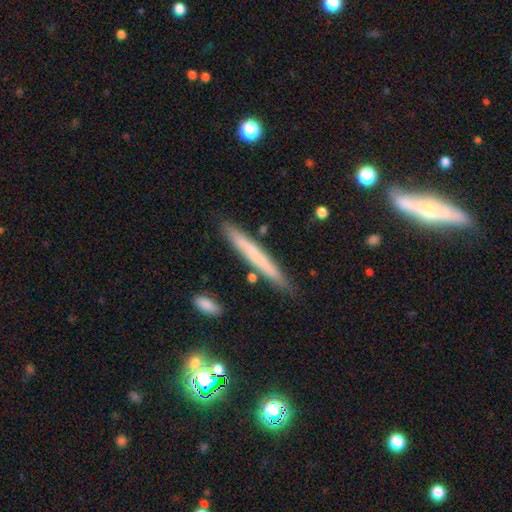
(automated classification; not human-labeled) Smooth or featured? smooth (60%)
How rounded? cigar-shaped (96%)
Merging? none (87%)